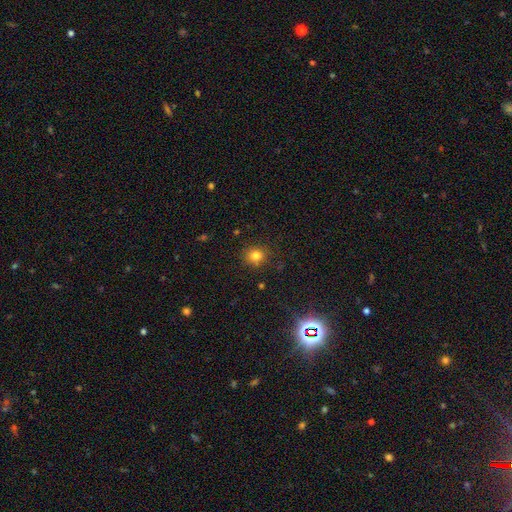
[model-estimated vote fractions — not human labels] A smooth galaxy with no disk features (79%) that is round (84%).

Vote fractions:
- Smooth or featured? smooth: 79% / star or artifact: 15% / featured or disk: 6%
- How rounded? round: 84% / in between: 15% / cigar-shaped: 1%
- Merging? none: 86% / minor disturbance: 9% / major disturbance: 3% / merger: 2%